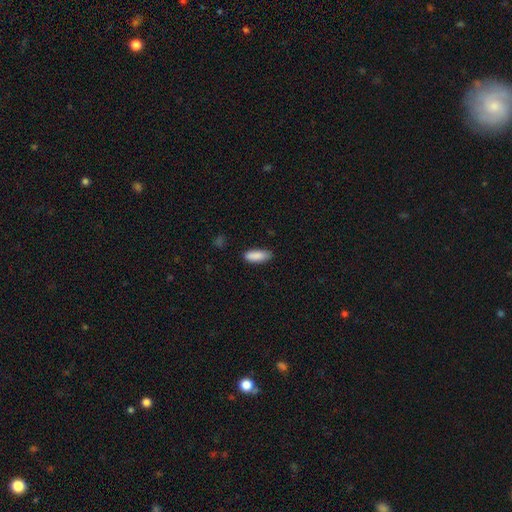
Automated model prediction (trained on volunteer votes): This is clearly a smooth galaxy (89%). How rounded: likely in between (66%). Merging: clearly none (81%).